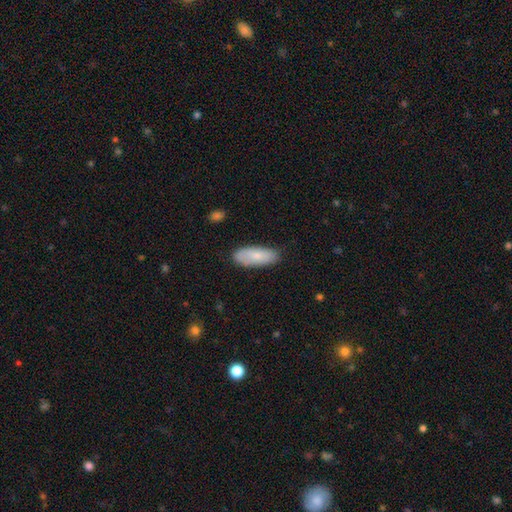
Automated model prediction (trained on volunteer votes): smooth-or-featured: smooth: 78% | featured or disk: 16% | star or artifact: 6%
  how-rounded: in between: 76% | cigar-shaped: 22% | round: 2%
  merging: none: 80% | minor disturbance: 16% | major disturbance: 3% | merger: 1%